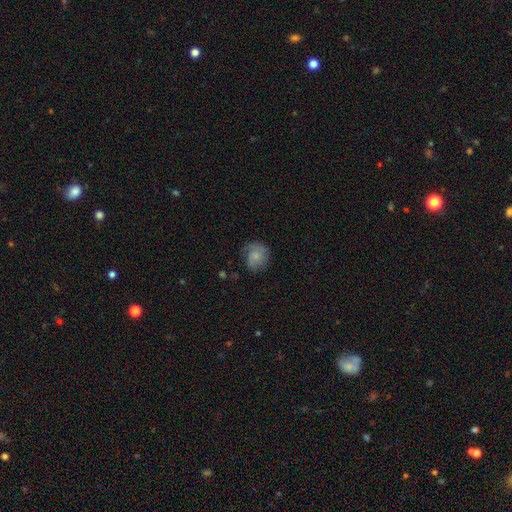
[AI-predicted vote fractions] Smooth or featured?
  - smooth: 68% *
  - featured or disk: 24%
  - star or artifact: 8%
How rounded?
  - round: 75% *
  - in between: 24%
  - cigar-shaped: 1%
Merging?
  - none: 61% *
  - minor disturbance: 27%
  - major disturbance: 10%
  - merger: 2%